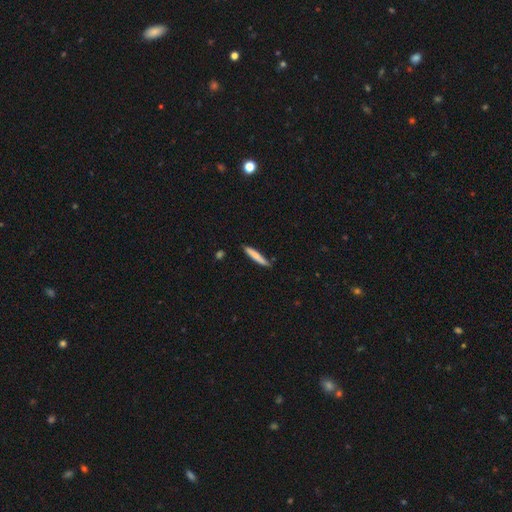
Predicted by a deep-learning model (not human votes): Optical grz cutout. It shows a smooth galaxy with no disk features (77%) that is cigar-shaped (94%). Merging: none (85%).